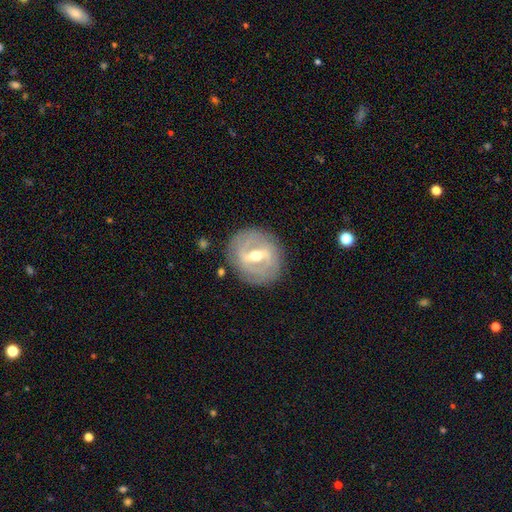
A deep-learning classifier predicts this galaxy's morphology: Smooth or featured? Predicted: featured or disk (p=0.81). Edge-on disk? Predicted: no (p=0.92). Bar? Predicted: strong (p=0.60). Spiral arms? Predicted: yes (p=0.72). Spiral winding? Predicted: tight (p=0.59). Spiral arm count? Predicted: 2 (p=0.55). Bulge size? Predicted: moderate (p=0.72). Merging? Predicted: none (p=0.83).